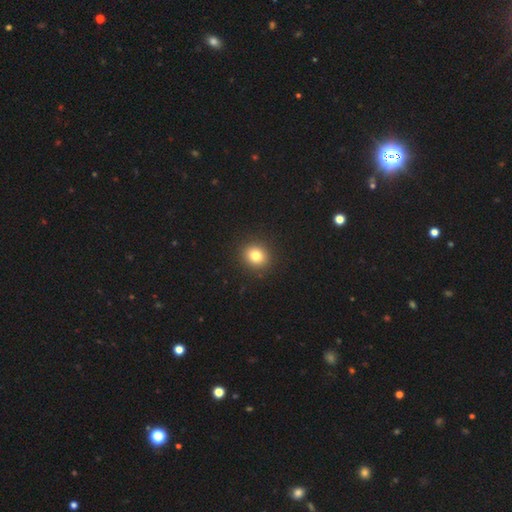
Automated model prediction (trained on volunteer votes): Smooth or featured: smooth — 80% (star or artifact — 12%)
How rounded: round — 82% (in between — 18%)
Merging: none — 92% (minor disturbance — 5%)